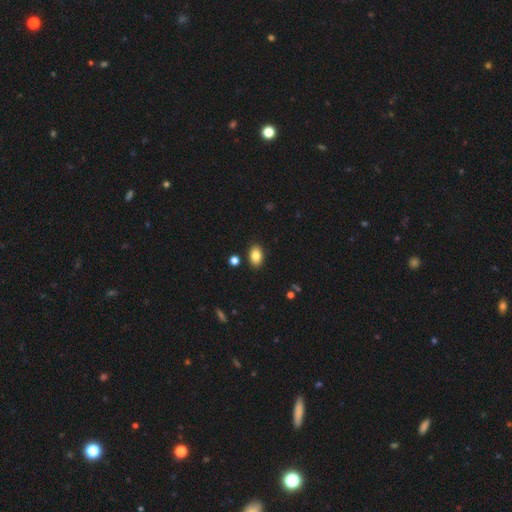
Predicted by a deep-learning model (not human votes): smooth-or-featured: smooth: 84% | star or artifact: 9% | featured or disk: 7%
  how-rounded: in between: 86% | round: 13% | cigar-shaped: 1%
  merging: none: 87% | minor disturbance: 8% | merger: 3% | major disturbance: 2%